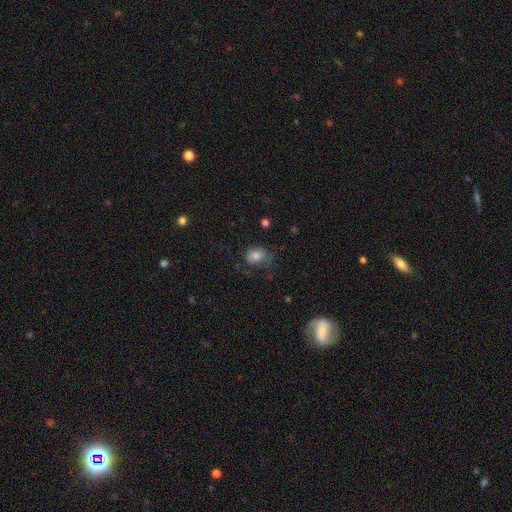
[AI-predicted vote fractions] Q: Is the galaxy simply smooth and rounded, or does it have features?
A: smooth — 76%.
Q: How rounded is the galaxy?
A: in between — 53%.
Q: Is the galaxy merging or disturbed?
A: none — 56%.